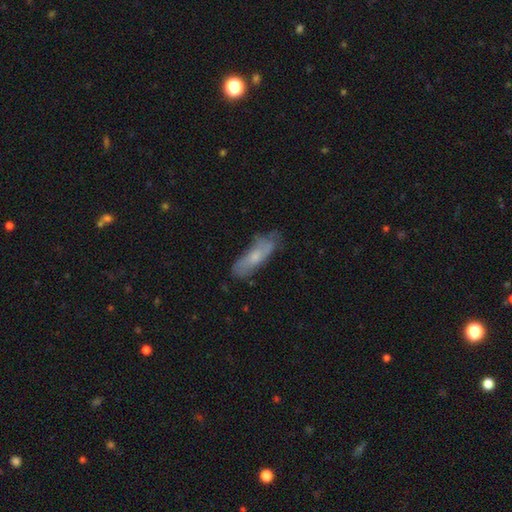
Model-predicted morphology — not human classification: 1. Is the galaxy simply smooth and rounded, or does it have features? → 55% smooth, 37% featured or disk, 7% star or artifact.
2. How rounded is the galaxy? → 53% cigar-shaped, 45% in between, 2% round.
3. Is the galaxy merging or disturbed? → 62% none, 27% minor disturbance, 8% major disturbance, 2% merger.